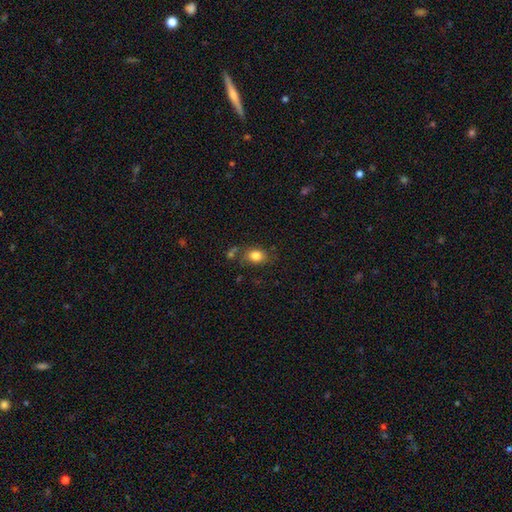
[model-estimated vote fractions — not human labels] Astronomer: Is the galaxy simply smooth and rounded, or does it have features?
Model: smooth — 81%.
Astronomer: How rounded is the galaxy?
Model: in between — 61% (runner-up: round, 38%).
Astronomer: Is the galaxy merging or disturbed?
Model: none — 66%.